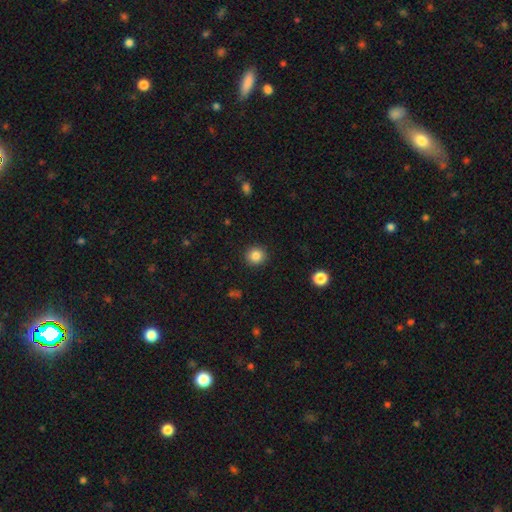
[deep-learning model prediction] Smooth or featured: smooth — 85% (star or artifact — 10%)
How rounded: round — 93% (in between — 6%)
Merging: none — 92% (minor disturbance — 5%)